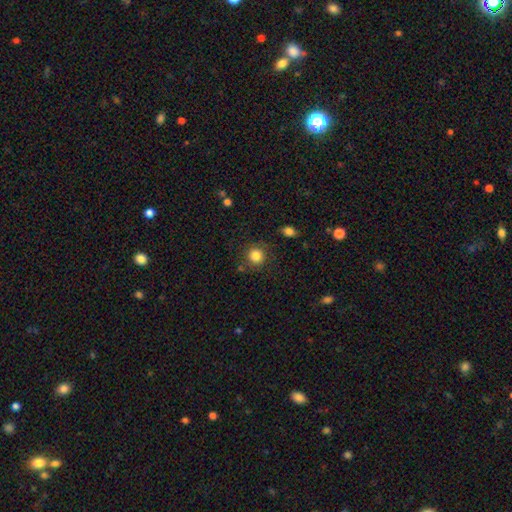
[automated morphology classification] A smooth galaxy with no disk features (83%) that is round (91%).

Vote fractions:
- Smooth or featured? smooth: 83% / star or artifact: 11% / featured or disk: 6%
- How rounded? round: 91% / in between: 8% / cigar-shaped: 1%
- Merging? none: 83% / minor disturbance: 10% / major disturbance: 4% / merger: 3%